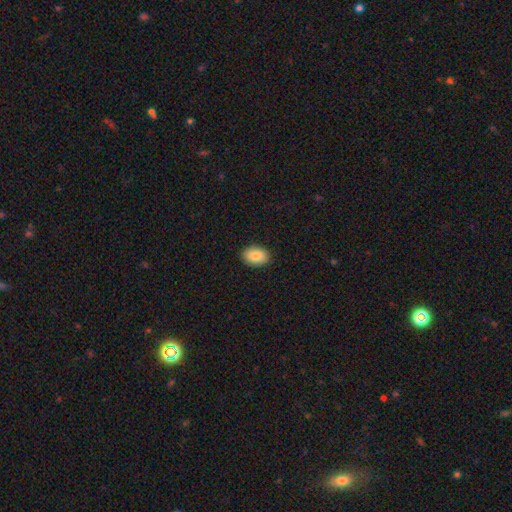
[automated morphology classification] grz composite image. It shows a smooth galaxy with no disk features (85%) that is in between round and cigar-shaped (82%). Merging: none (90%).